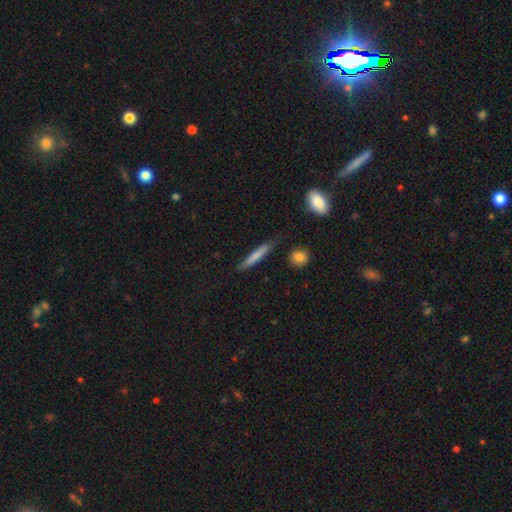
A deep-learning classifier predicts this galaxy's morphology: Smooth or featured?
  - smooth: 71% *
  - featured or disk: 23%
  - star or artifact: 6%
How rounded?
  - cigar-shaped: 93% *
  - in between: 5%
  - round: 2%
Merging?
  - none: 82% *
  - minor disturbance: 13%
  - merger: 3%
  - major disturbance: 3%